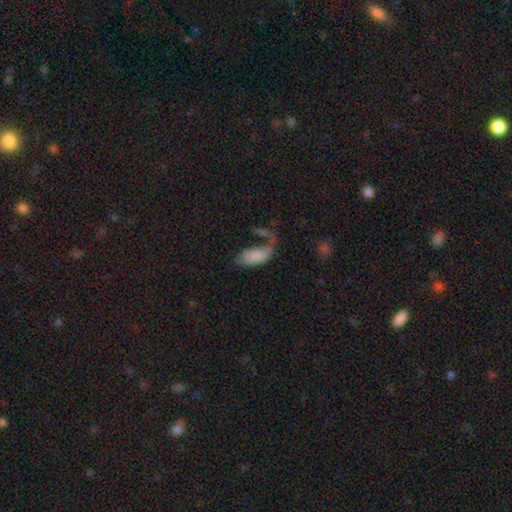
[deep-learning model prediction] This appears to be a smooth galaxy with no disk features (78%) that is in between round and cigar-shaped (90%). Merging: none (35%).